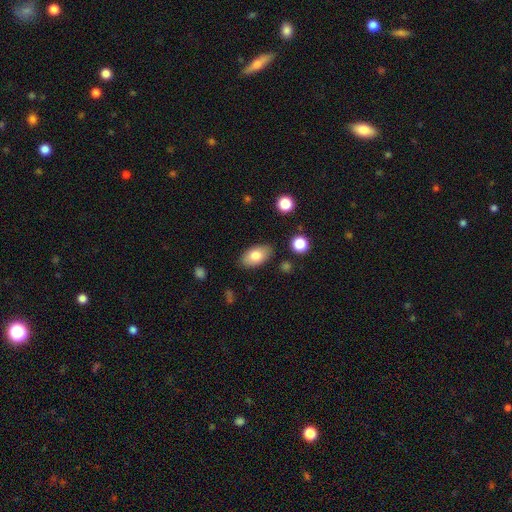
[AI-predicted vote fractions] Smooth or featured? Predicted: smooth (p=0.78). How rounded? Predicted: in between (p=0.92). Merging? Predicted: none (p=0.84).